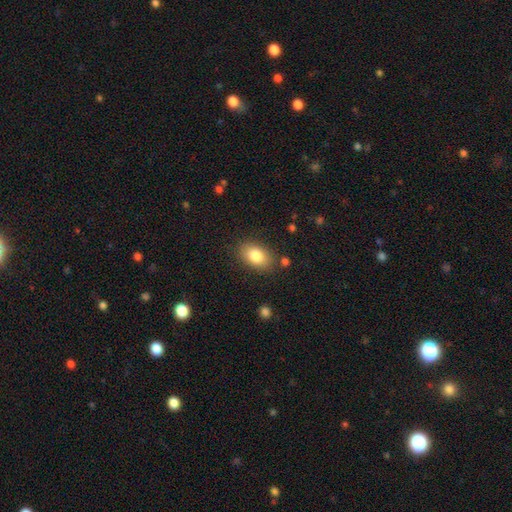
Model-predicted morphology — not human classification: smooth-or-featured: smooth: 84% | featured or disk: 9% | star or artifact: 8%
  how-rounded: in between: 87% | round: 11% | cigar-shaped: 1%
  merging: none: 82% | minor disturbance: 12% | major disturbance: 3% | merger: 2%